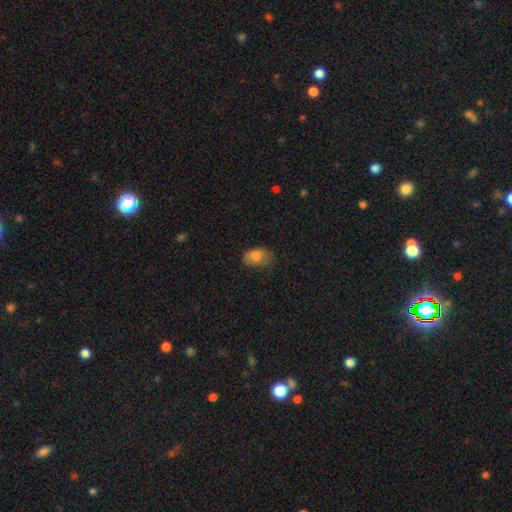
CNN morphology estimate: smooth-or-featured: smooth: 78% | featured or disk: 13% | star or artifact: 9%
  how-rounded: in between: 84% | round: 15% | cigar-shaped: 1%
  merging: none: 57% | minor disturbance: 31% | major disturbance: 10% | merger: 2%